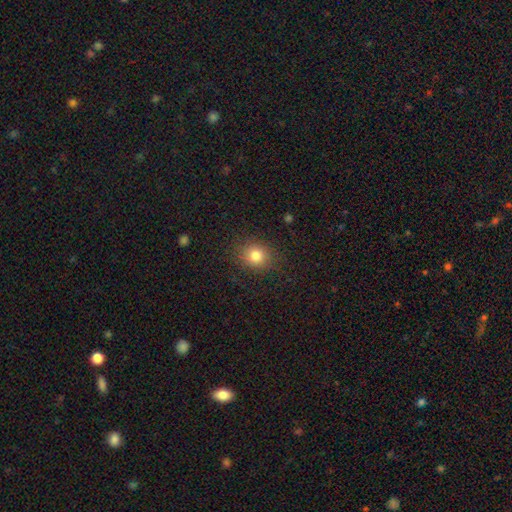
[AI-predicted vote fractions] The model was most divided on "how rounded": round: 76%, in between: 23%, cigar-shaped: 1%. More confident: merging — none (86%); smooth or featured — smooth (80%).